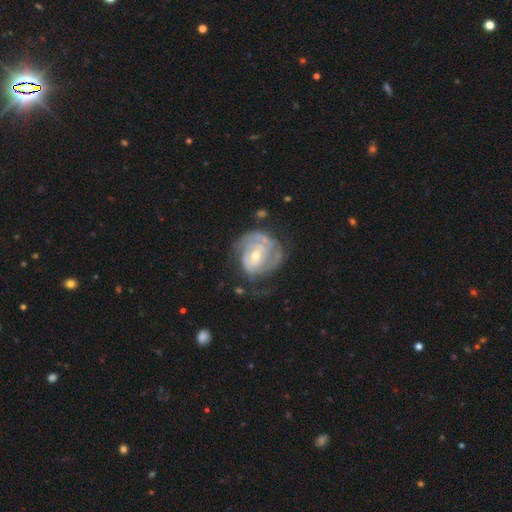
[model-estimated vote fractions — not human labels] Overall: featured or disk (82%). Edge-on disk: no (97%). Bar: no (55%; weak 36%). Spiral arms: yes (89%). Spiral arm count: can't tell (39%; 2 27%). Spiral winding: tight (69%). Bulge size: moderate (54%; small 42%). Merging: none (52%; minor disturbance 25%).